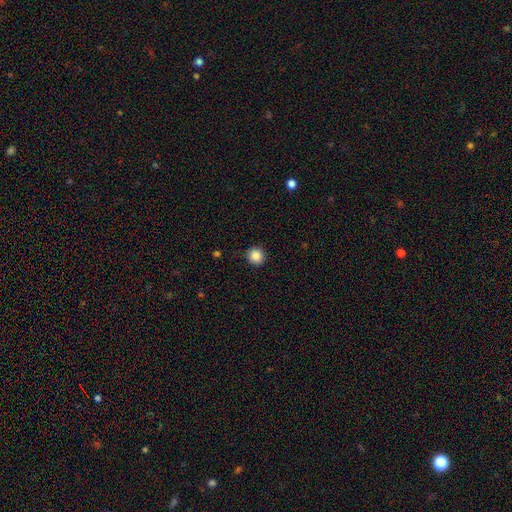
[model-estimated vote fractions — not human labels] Overall: smooth (87%). How rounded: round (92%). Merging: none (88%).